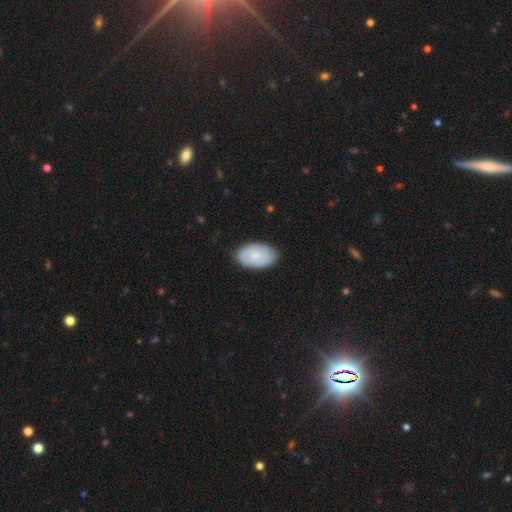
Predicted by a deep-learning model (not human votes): Smooth or featured?
  - smooth: 68% *
  - featured or disk: 26%
  - star or artifact: 6%
How rounded?
  - in between: 92% *
  - round: 7%
  - cigar-shaped: 1%
Merging?
  - none: 80% *
  - minor disturbance: 16%
  - major disturbance: 3%
  - merger: 1%